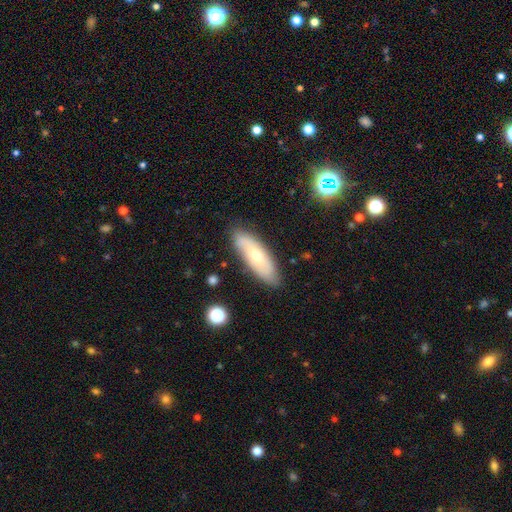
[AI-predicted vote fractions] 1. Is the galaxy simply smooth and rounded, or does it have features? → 52% smooth, 40% featured or disk, 7% star or artifact.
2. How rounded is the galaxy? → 59% in between, 39% cigar-shaped, 2% round.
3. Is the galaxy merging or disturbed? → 82% none, 14% minor disturbance, 3% major disturbance, 2% merger.